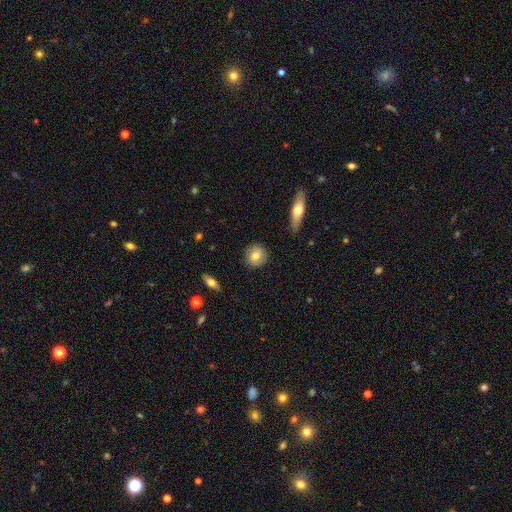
Volunteers were most divided on "smooth or featured": smooth: 84%, featured or disk: 16%, star or artifact: 0%. More confident: merging — none (95%); how rounded — round (90%).